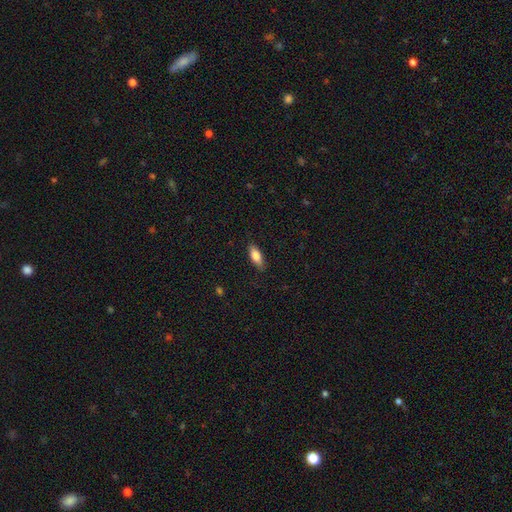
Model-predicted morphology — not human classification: type=smooth (78%); roundness=in between (71%); merging=none (85%).